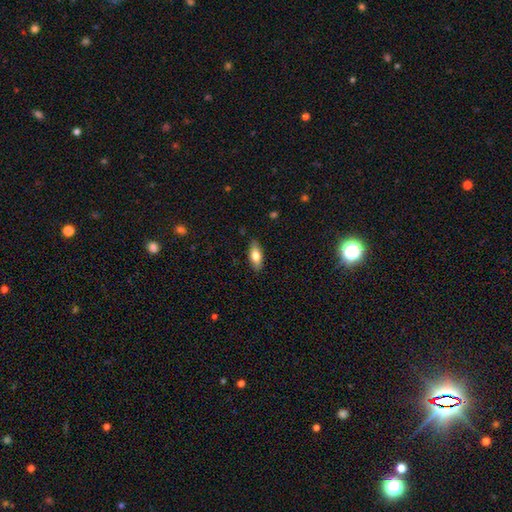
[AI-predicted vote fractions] Q: Smooth or featured?
A: smooth (76%); runner-up: featured or disk (18%)
Q: How rounded?
A: in between (79%); runner-up: cigar-shaped (18%)
Q: Merging?
A: none (87%); runner-up: minor disturbance (10%)